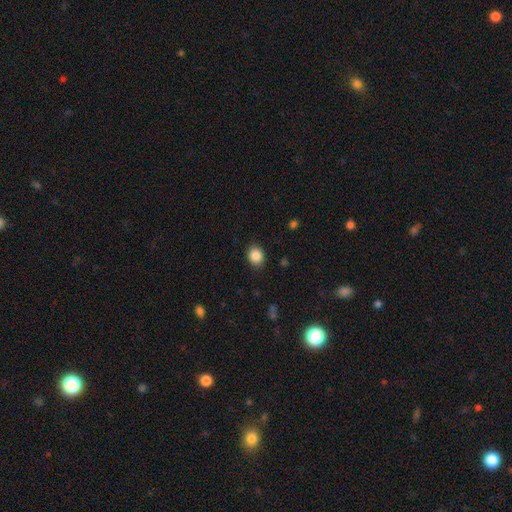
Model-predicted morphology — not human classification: smooth 87%, star or artifact 9%, featured or disk 4%. Down the decision tree: how rounded — round (63%); merging — none (87%).